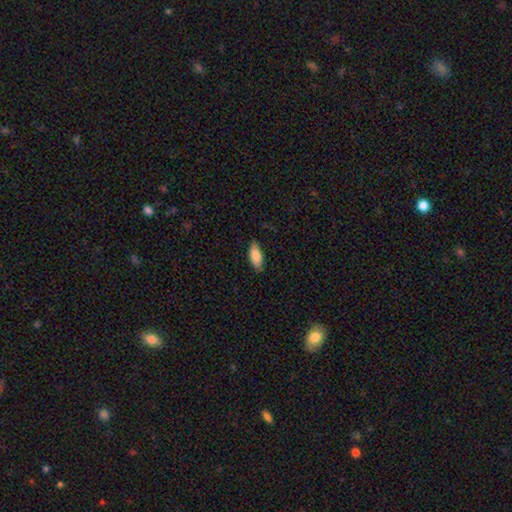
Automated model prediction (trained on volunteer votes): The model was most divided on "how rounded": in between: 79%, cigar-shaped: 19%, round: 2%. More confident: smooth or featured — smooth (85%); merging — none (83%).